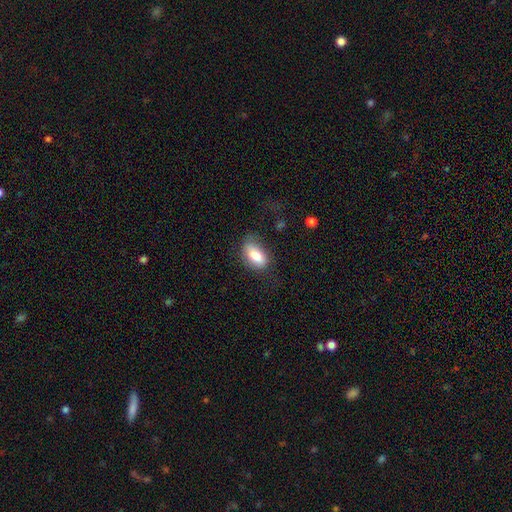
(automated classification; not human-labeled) smooth_or_featured: smooth (p=0.83) [alt: featured or disk p=0.10]
how_rounded: in between (p=0.91) [alt: cigar-shaped p=0.05]
merging: none (p=0.62) [alt: minor disturbance p=0.25]